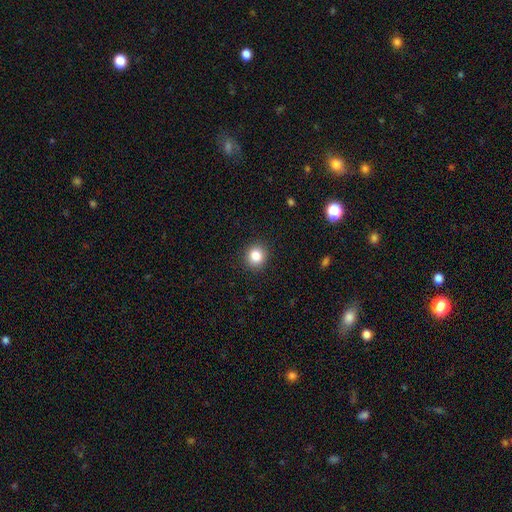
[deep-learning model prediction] smooth 84%, star or artifact 11%, featured or disk 6%. Down the decision tree: how rounded — round (86%); merging — none (91%).